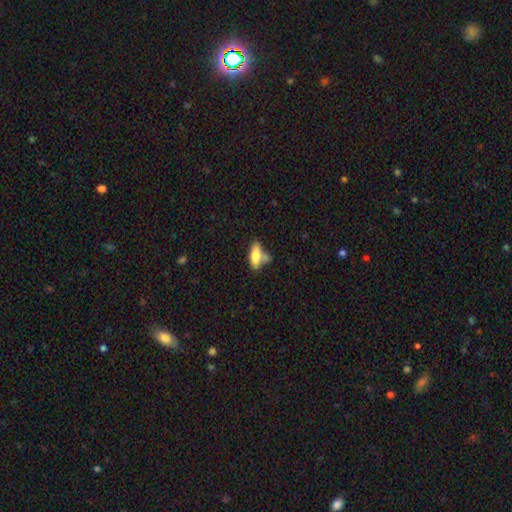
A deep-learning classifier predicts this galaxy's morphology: type=smooth (74%); roundness=in between (75%); merging=none (50%).